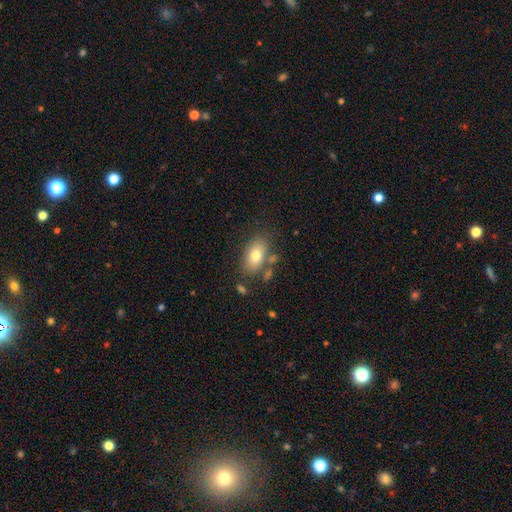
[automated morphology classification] Smooth or featured? Predicted: smooth (p=0.77). How rounded? Predicted: in between (p=0.88). Merging? Predicted: none (p=0.71).